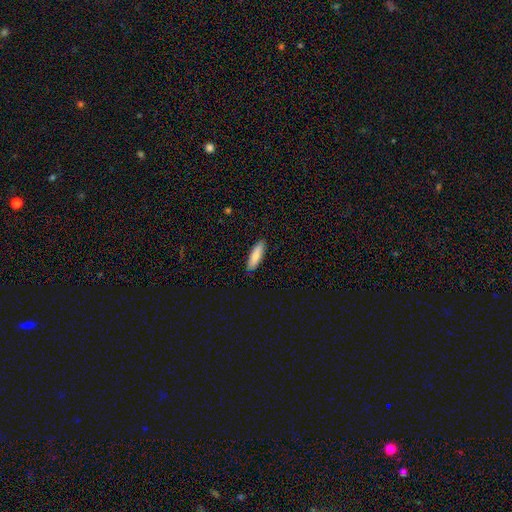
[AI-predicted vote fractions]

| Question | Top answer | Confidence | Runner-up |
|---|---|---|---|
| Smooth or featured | smooth | 80% | featured or disk (15%) |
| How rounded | cigar-shaped | 52% | in between (46%) |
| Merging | none | 88% | minor disturbance (9%) |